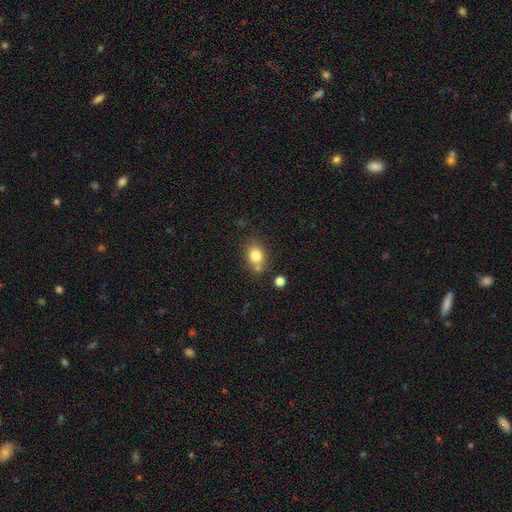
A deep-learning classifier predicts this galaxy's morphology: smooth 81%, star or artifact 10%, featured or disk 9%. Down the decision tree: how rounded — in between (51%); merging — none (64%).